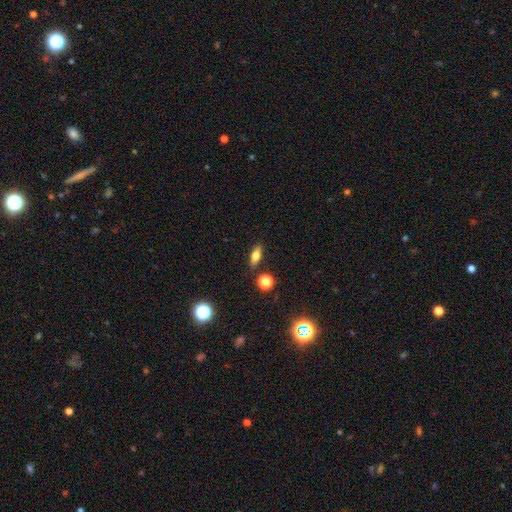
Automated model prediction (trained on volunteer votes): A smooth galaxy with no disk features (67%) that is in between round and cigar-shaped (71%).

Vote fractions:
- Smooth or featured? smooth: 67% / featured or disk: 22% / star or artifact: 11%
- How rounded? in between: 71% / cigar-shaped: 21% / round: 8%
- Merging? none: 85% / minor disturbance: 9% / merger: 3% / major disturbance: 2%